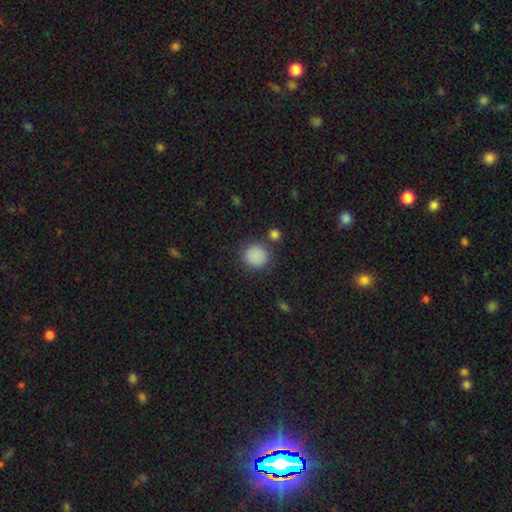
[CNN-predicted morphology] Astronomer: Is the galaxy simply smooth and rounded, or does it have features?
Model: smooth — 87%.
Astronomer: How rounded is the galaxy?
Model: round — 89%.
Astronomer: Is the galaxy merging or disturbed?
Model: none — 81%.